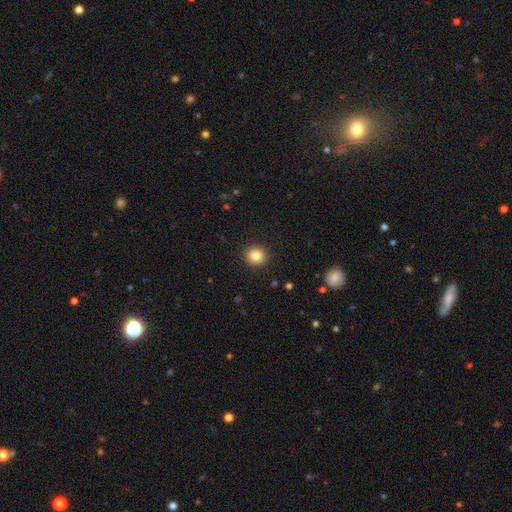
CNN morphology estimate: type=smooth (84%); roundness=round (88%); merging=none (92%).